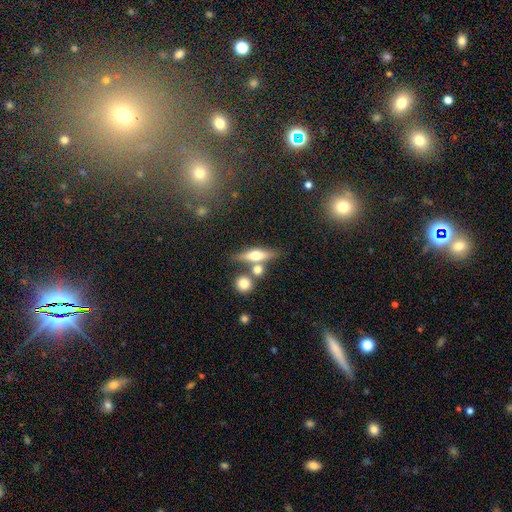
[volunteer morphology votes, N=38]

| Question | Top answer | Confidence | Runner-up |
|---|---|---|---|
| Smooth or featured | featured or disk | 53% | smooth (47%) |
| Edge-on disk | yes | 95% | no (5%) |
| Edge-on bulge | rounded | 95% | boxy (5%) |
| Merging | none | 58% | minor disturbance (21%) |